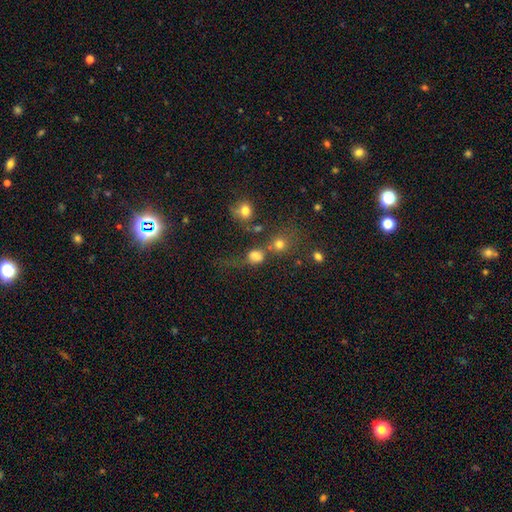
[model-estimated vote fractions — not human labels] The model was most divided on "merging": none: 44%, merger: 23%, major disturbance: 17%, minor disturbance: 16%. More confident: smooth or featured — smooth (73%); how rounded — round (70%).